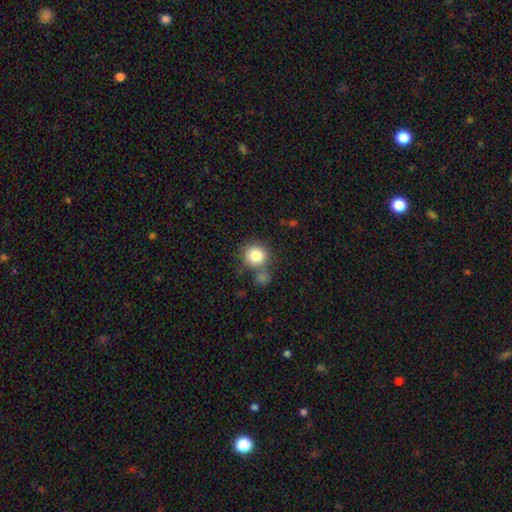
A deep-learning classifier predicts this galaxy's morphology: Q: Smooth or featured?
A: smooth (84%); runner-up: star or artifact (9%)
Q: How rounded?
A: round (88%); runner-up: in between (12%)
Q: Merging?
A: none (62%); runner-up: merger (22%)